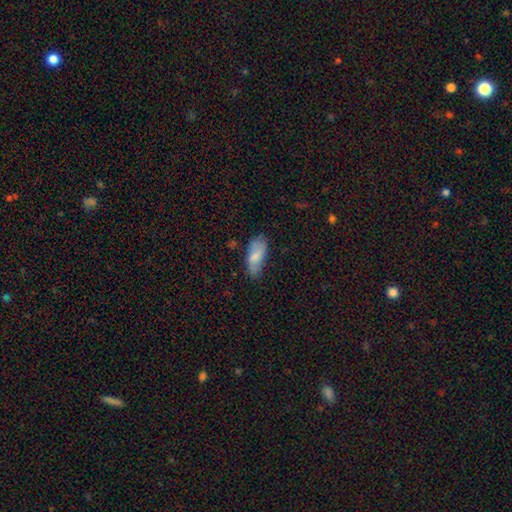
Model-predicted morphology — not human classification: Smooth or featured? smooth (75%)
How rounded? in between (81%)
Merging? none (62%)